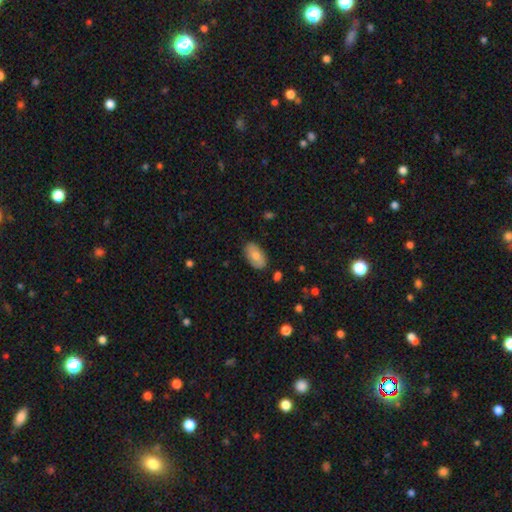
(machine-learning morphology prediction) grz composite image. It shows a smooth galaxy with no disk features (76%) that is in between round and cigar-shaped (94%). Merging: none (82%).